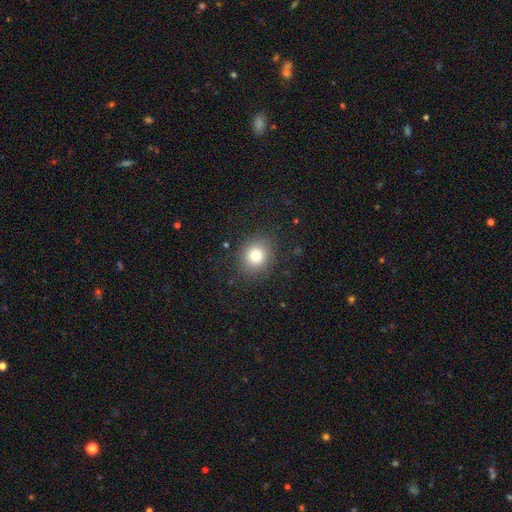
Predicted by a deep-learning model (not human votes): Overall: smooth (79%). How rounded: round (76%). Merging: none (86%).